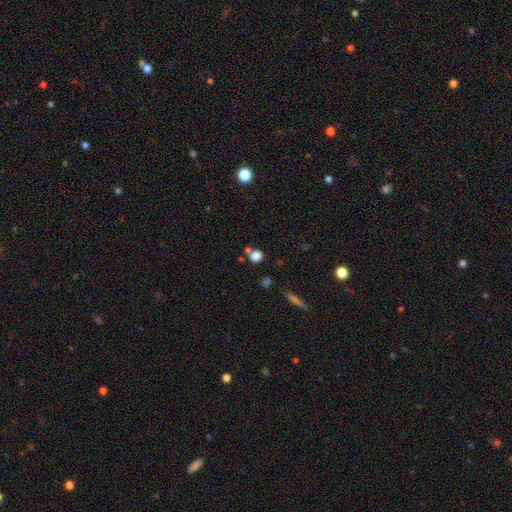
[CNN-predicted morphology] Smooth or featured? smooth (80%)
How rounded? round (80%)
Merging? none (67%)